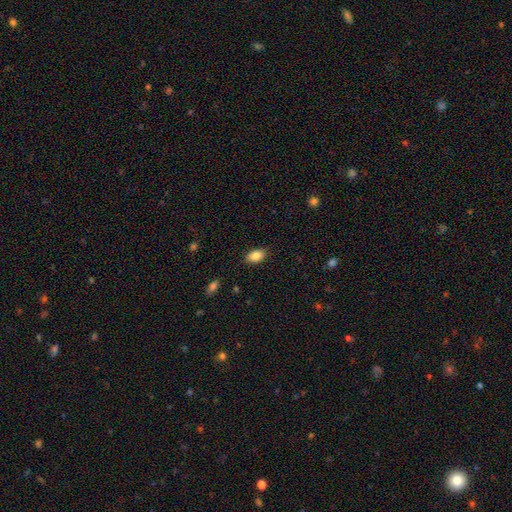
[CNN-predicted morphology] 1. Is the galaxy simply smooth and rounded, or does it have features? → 85% smooth, 8% star or artifact, 7% featured or disk.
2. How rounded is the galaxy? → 90% in between, 8% round, 2% cigar-shaped.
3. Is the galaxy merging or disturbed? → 86% none, 11% minor disturbance, 2% major disturbance, 1% merger.